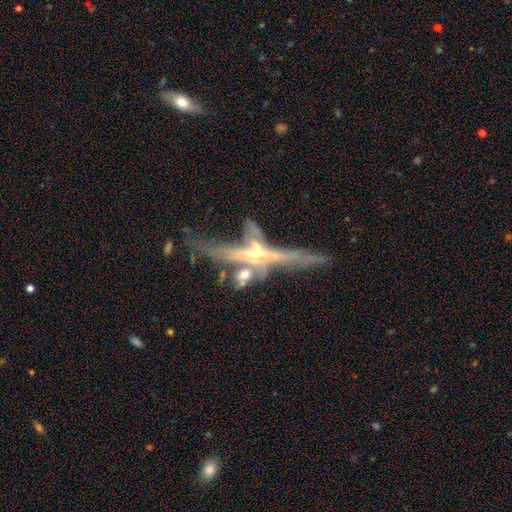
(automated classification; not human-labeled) This is likely a featured or disk galaxy (75%). It is clearly viewed edge-on (84%). Edge-on bulge: likely rounded (73%). Merging: marginally none (37%).